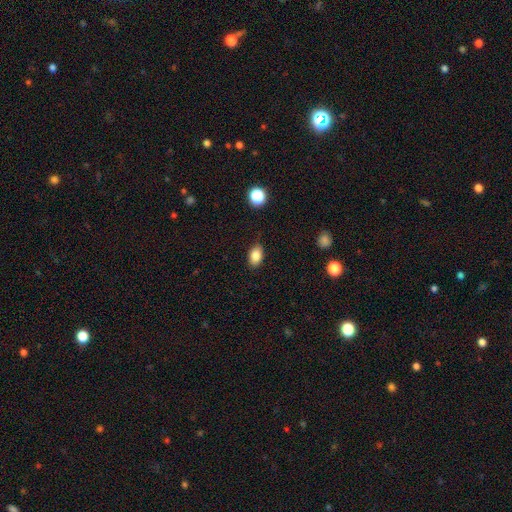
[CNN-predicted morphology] Q: Smooth or featured?
A: smooth (84%); runner-up: star or artifact (9%)
Q: How rounded?
A: in between (87%); runner-up: round (12%)
Q: Merging?
A: none (84%); runner-up: minor disturbance (12%)